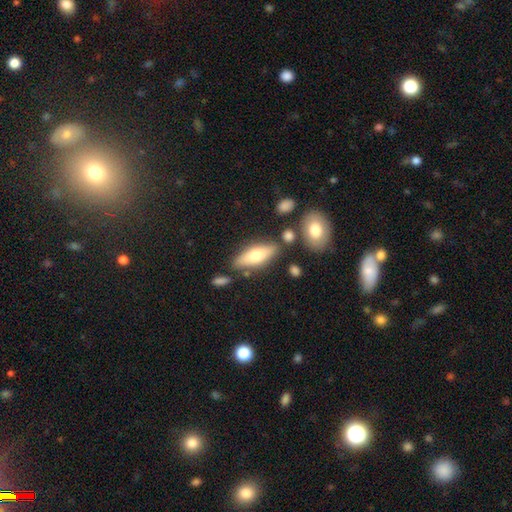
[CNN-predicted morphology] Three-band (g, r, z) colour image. It shows a smooth galaxy with no disk features (60%) that is in between round and cigar-shaped (61%). Merging: none (76%).